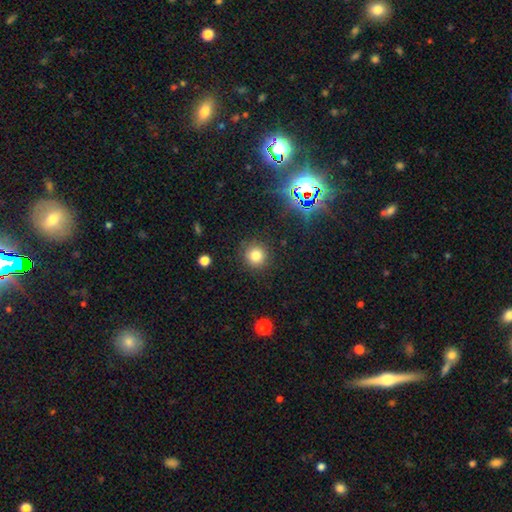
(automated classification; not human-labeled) smooth-or-featured: smooth: 78% | star or artifact: 16% | featured or disk: 6%
  how-rounded: round: 93% | in between: 6% | cigar-shaped: 1%
  merging: none: 88% | minor disturbance: 7% | major disturbance: 3% | merger: 2%